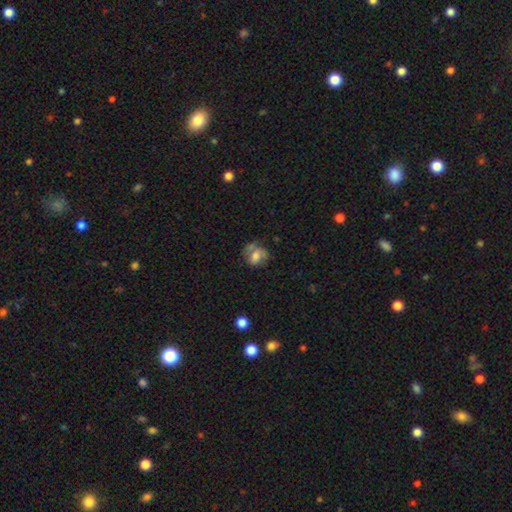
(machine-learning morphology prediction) A smooth galaxy with no disk features (60%) that is round (54%).

Vote fractions:
- Smooth or featured? smooth: 60% / featured or disk: 29% / star or artifact: 11%
- How rounded? round: 54% / in between: 44% / cigar-shaped: 1%
- Merging? none: 44% / minor disturbance: 26% / major disturbance: 18% / merger: 12%